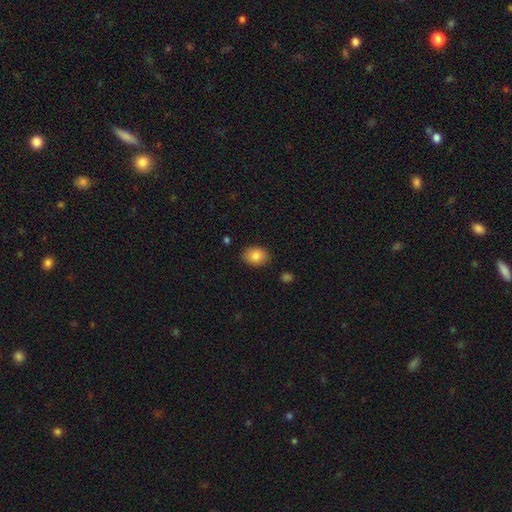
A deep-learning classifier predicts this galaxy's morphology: The model was most divided on "how rounded": in between: 71%, round: 28%, cigar-shaped: 1%. More confident: merging — none (87%); smooth or featured — smooth (84%).